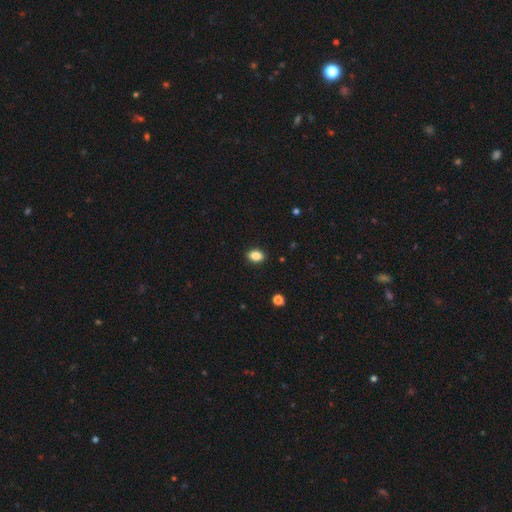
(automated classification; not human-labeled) smooth-or-featured: smooth: 86% | star or artifact: 9% | featured or disk: 4%
  how-rounded: in between: 78% | round: 21% | cigar-shaped: 1%
  merging: none: 90% | minor disturbance: 7% | major disturbance: 2% | merger: 1%